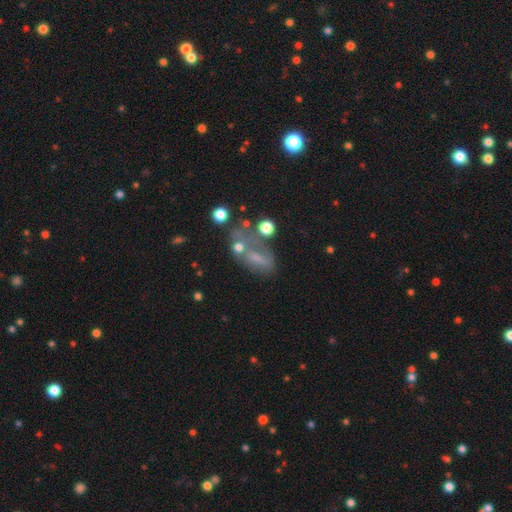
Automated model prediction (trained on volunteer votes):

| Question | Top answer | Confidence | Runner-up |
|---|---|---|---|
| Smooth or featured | smooth | 38% | featured or disk (36%) |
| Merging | none | 33% | major disturbance (29%) |